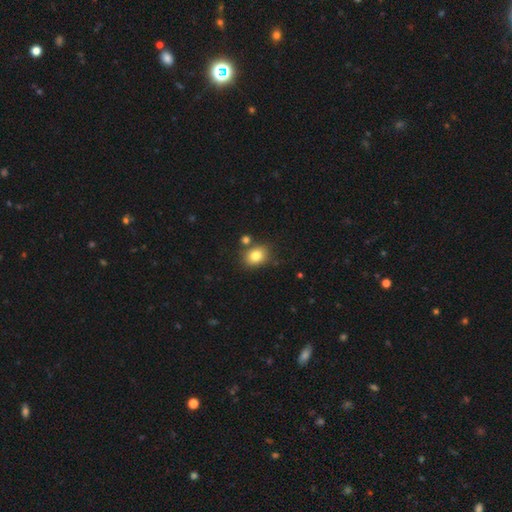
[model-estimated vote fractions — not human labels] Overall: smooth (81%). How rounded: in between (54%; round 45%). Merging: none (74%).